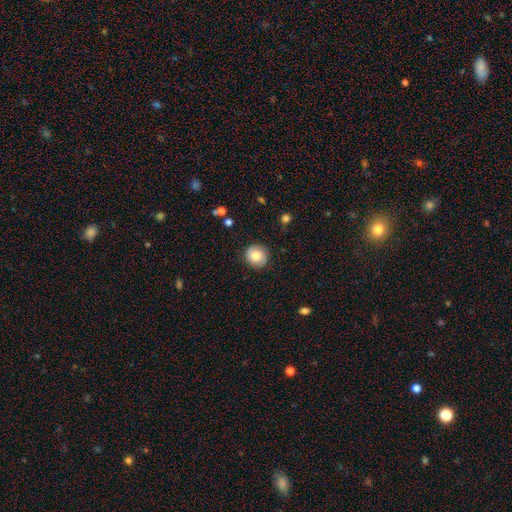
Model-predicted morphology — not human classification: Smooth or featured? smooth (81%)
How rounded? round (92%)
Merging? none (88%)